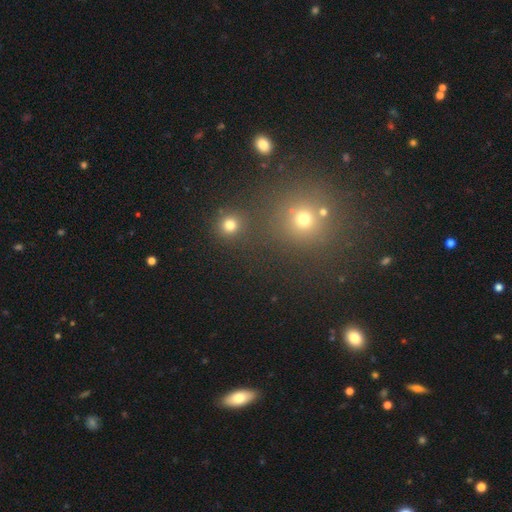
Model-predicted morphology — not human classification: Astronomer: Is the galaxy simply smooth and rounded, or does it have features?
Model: star or artifact — 49% (runner-up: smooth, 42%).